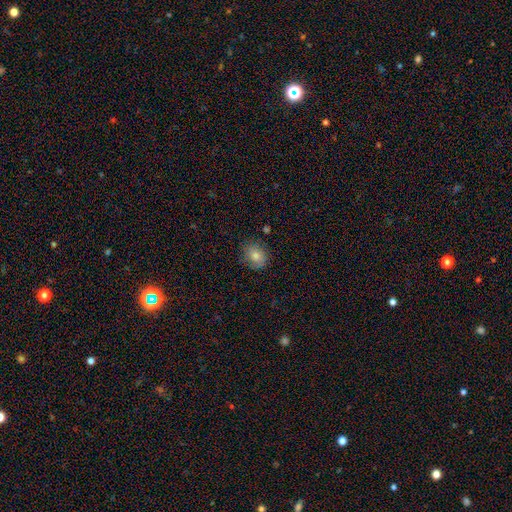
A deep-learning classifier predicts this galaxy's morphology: This appears to be a smooth galaxy with no disk features (71%) that is round (61%). Merging: none (81%).